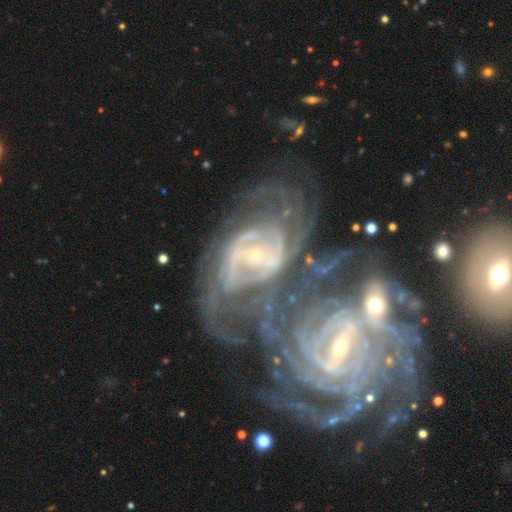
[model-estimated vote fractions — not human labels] Smooth or featured?
  - featured or disk: 90% *
  - star or artifact: 6%
  - smooth: 5%
Edge-on disk?
  - no: 97% *
  - yes: 3%
Bar?
  - weak: 38% *
  - strong: 32%
  - no: 30%
Spiral arms?
  - yes: 96% *
  - no: 4%
Spiral winding?
  - tight: 55% *
  - medium: 35%
  - loose: 10%
Spiral arm count?
  - can't tell: 29% *
  - 2: 23%
  - 3: 19%
  - 4: 13%
  - more than 4: 9%
  - 1: 7%
Bulge size?
  - small: 75% *
  - moderate: 19%
  - none: 3%
  - large: 2%
  - dominant: 1%
Merging?
  - merger: 71% *
  - none: 13%
  - major disturbance: 9%
  - minor disturbance: 8%